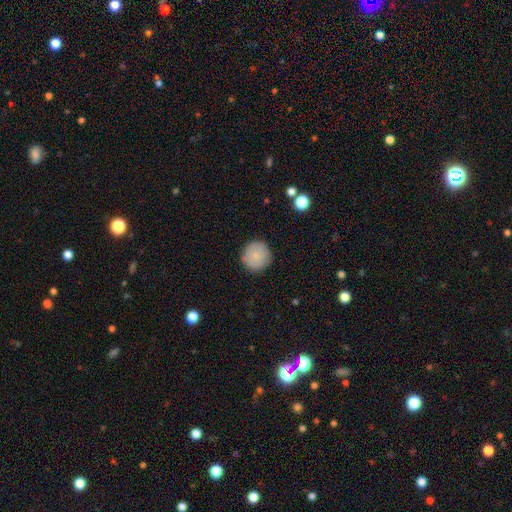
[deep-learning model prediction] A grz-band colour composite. It shows a smooth galaxy with no disk features (84%) that is round (95%). Merging: none (88%).